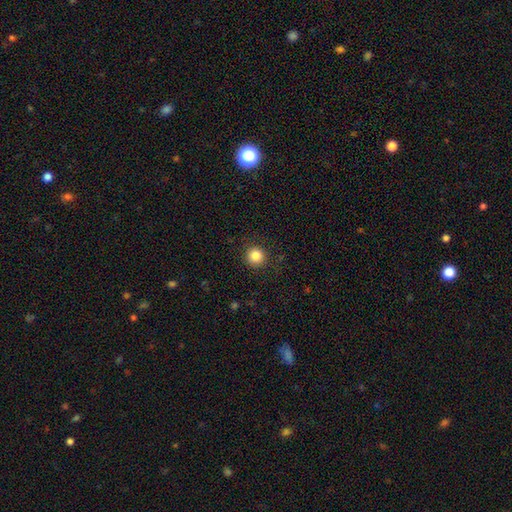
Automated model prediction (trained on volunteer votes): Morphology: type=smooth (85%); roundness=round (94%); merging=none (90%).